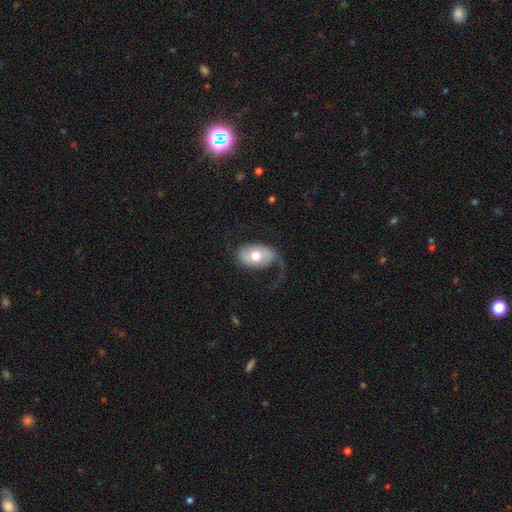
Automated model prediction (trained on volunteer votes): Smooth or featured: featured or disk — 54% (smooth — 41%)
Edge-on disk: no — 93% (yes — 7%)
Merging: none — 46% (major disturbance — 31%)